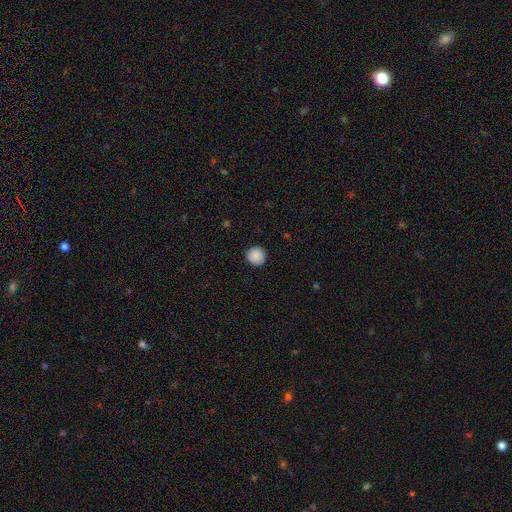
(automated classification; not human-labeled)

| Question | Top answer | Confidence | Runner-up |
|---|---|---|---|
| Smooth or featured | smooth | 89% | star or artifact (8%) |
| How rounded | round | 95% | in between (4%) |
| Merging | none | 92% | minor disturbance (5%) |